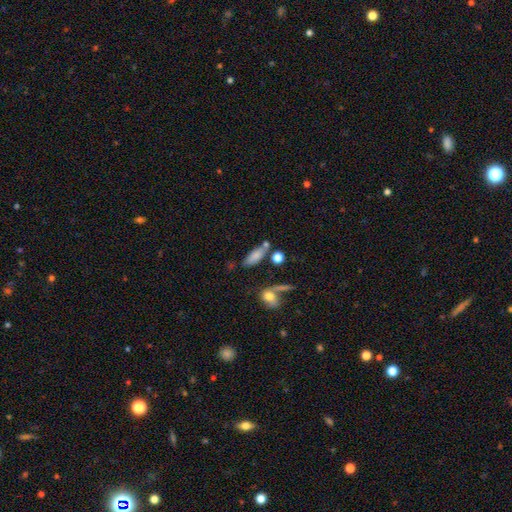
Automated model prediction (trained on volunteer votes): This is likely a smooth galaxy (75%). How rounded: likely in between (63%). Merging: possibly none (57%).